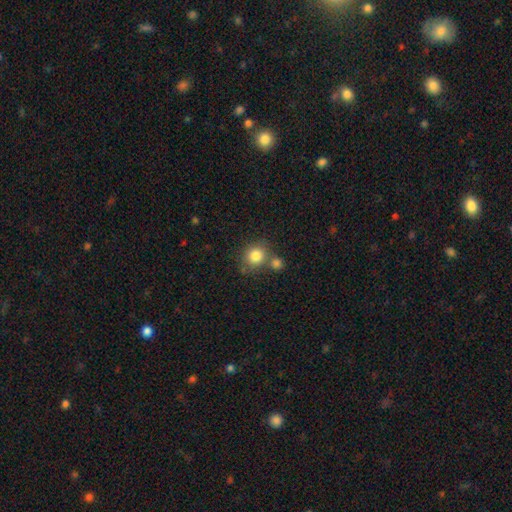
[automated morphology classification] Smooth or featured: smooth — 82% (star or artifact — 10%)
How rounded: round — 84% (in between — 15%)
Merging: none — 61% (merger — 25%)